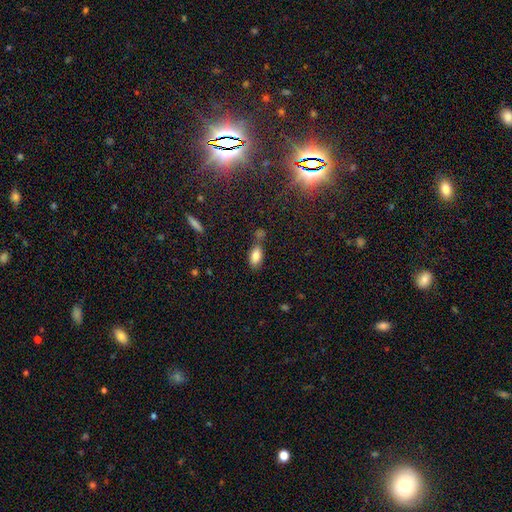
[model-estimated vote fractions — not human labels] This appears to be a smooth galaxy with no disk features (83%) that is in between round and cigar-shaped (90%). Merging: none (63%).